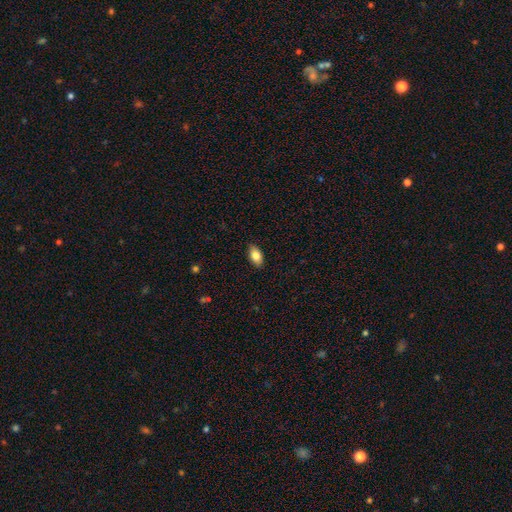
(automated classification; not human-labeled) Smooth or featured?
  - smooth: 83% *
  - featured or disk: 10%
  - star or artifact: 7%
How rounded?
  - in between: 91% *
  - round: 5%
  - cigar-shaped: 4%
Merging?
  - none: 88% *
  - minor disturbance: 9%
  - major disturbance: 2%
  - merger: 1%